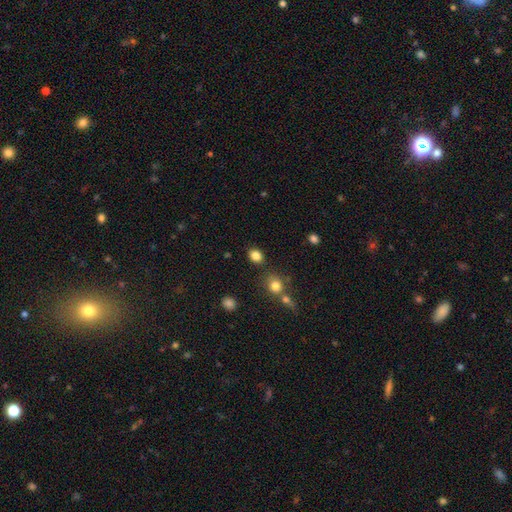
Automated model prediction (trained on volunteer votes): A smooth galaxy with no disk features (84%) that is round (50%). Merging: none (79%).